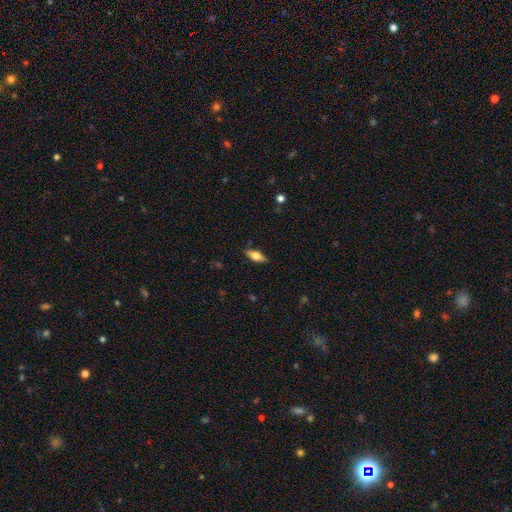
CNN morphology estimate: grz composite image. It shows a smooth galaxy with no disk features (66%) that is in between round and cigar-shaped (73%). Merging: none (87%).